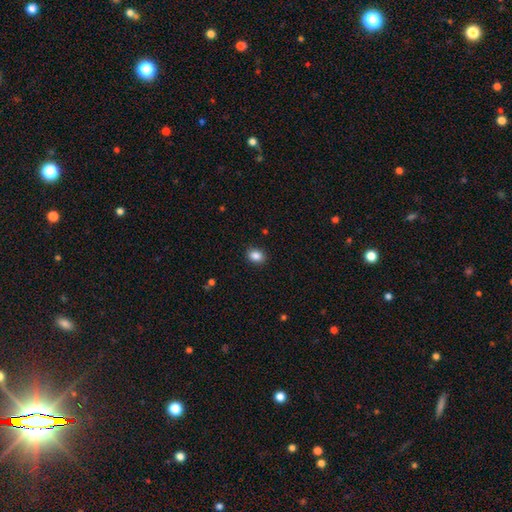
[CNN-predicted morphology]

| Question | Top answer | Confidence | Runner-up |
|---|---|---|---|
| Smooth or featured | smooth | 86% | star or artifact (10%) |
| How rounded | in between | 53% | round (46%) |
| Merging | none | 89% | minor disturbance (8%) |